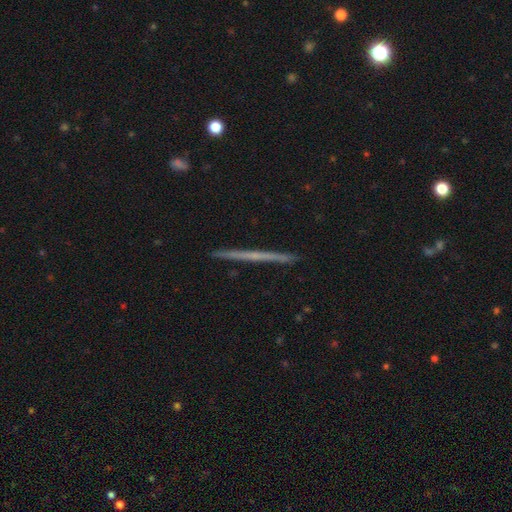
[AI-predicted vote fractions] featured or disk 61%, smooth 33%, star or artifact 6%. Down the decision tree: edge-on disk — yes (98%); edge-on bulge — none (86%); merging — none (93%).